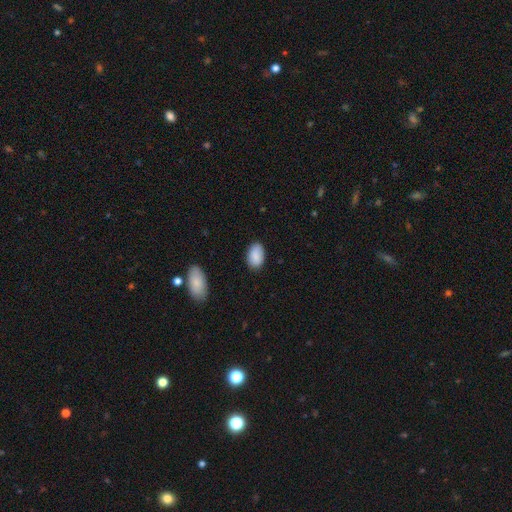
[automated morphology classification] type=smooth (89%); roundness=in between (91%); merging=none (83%).